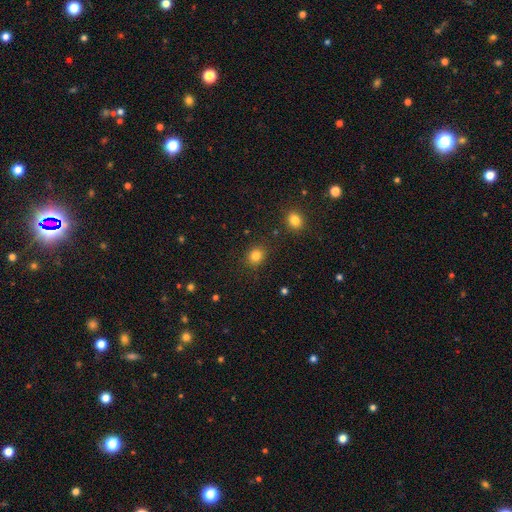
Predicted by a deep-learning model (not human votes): Smooth or featured?
  - smooth: 83% *
  - star or artifact: 12%
  - featured or disk: 5%
How rounded?
  - round: 69% *
  - in between: 30%
  - cigar-shaped: 1%
Merging?
  - none: 86% *
  - minor disturbance: 8%
  - major disturbance: 3%
  - merger: 2%